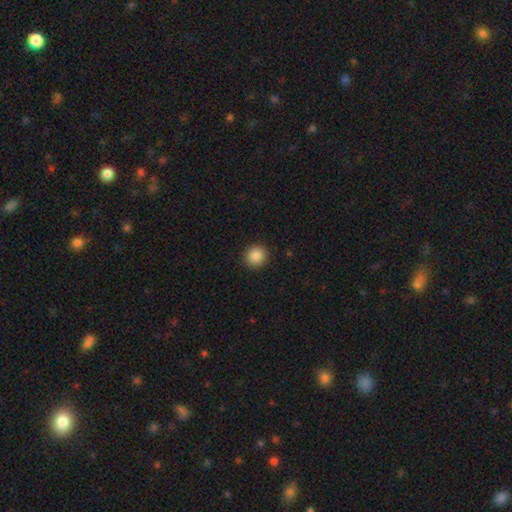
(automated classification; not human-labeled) Morphology: type=smooth (88%); roundness=round (91%); merging=none (92%).